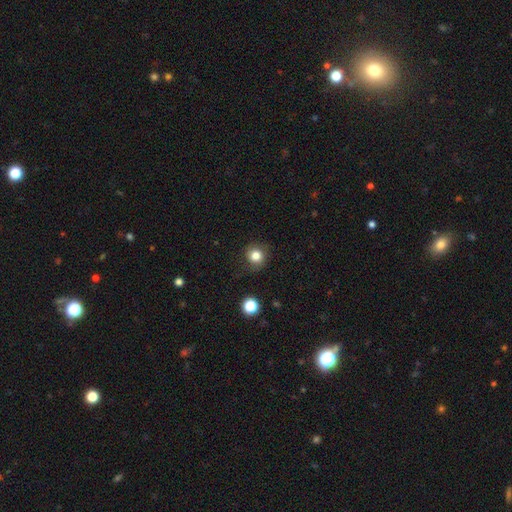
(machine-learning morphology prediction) A smooth galaxy with no disk features (81%) that is round (86%). Merging: none (78%).